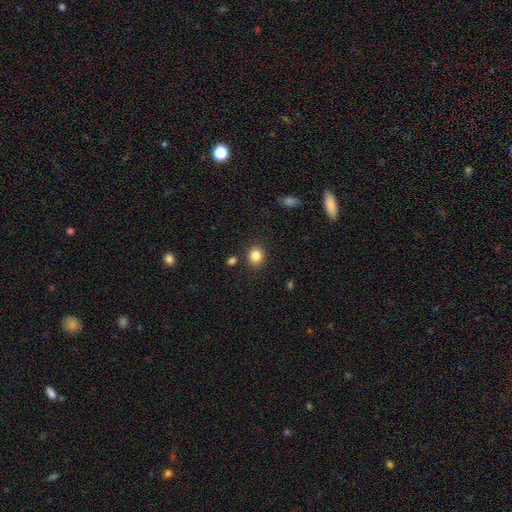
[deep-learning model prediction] smooth-or-featured: smooth: 84% | star or artifact: 11% | featured or disk: 5%
  how-rounded: round: 74% | in between: 26% | cigar-shaped: 1%
  merging: none: 87% | minor disturbance: 8% | merger: 3% | major disturbance: 2%